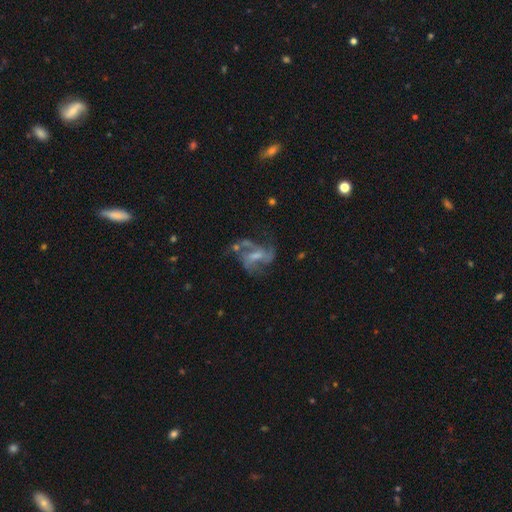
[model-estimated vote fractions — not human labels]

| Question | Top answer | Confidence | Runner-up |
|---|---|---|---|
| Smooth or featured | featured or disk | 76% | star or artifact (12%) |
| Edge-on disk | no | 97% | yes (3%) |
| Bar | weak | 45% | no (38%) |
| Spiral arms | yes | 86% | no (14%) |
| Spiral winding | medium | 46% | loose (39%) |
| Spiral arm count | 3 | 36% | 2 (27%) |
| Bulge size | small | 42% | moderate (38%) |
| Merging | none | 49% | major disturbance (25%) |